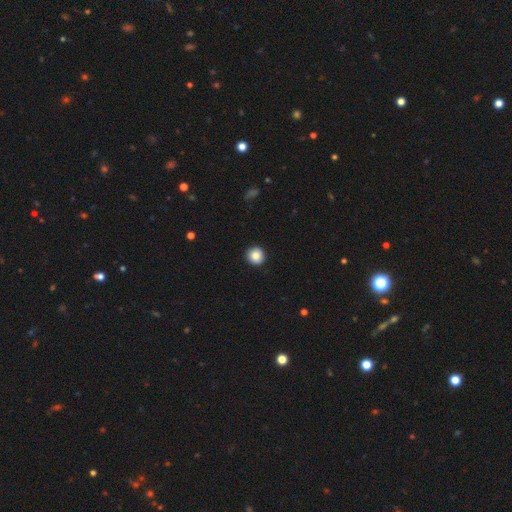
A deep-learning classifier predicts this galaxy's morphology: smooth_or_featured: smooth (p=0.87) [alt: star or artifact p=0.09]
how_rounded: round (p=0.94) [alt: in between p=0.05]
merging: none (p=0.93) [alt: minor disturbance p=0.05]